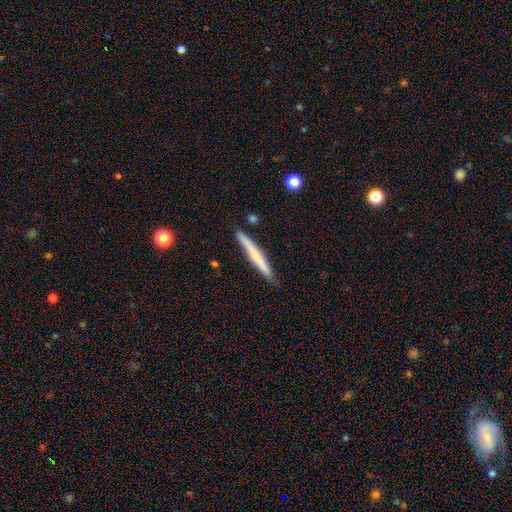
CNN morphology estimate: Smooth or featured?
  - smooth: 62% *
  - featured or disk: 33%
  - star or artifact: 5%
How rounded?
  - cigar-shaped: 96% *
  - in between: 2%
  - round: 1%
Merging?
  - none: 87% *
  - minor disturbance: 10%
  - merger: 2%
  - major disturbance: 2%